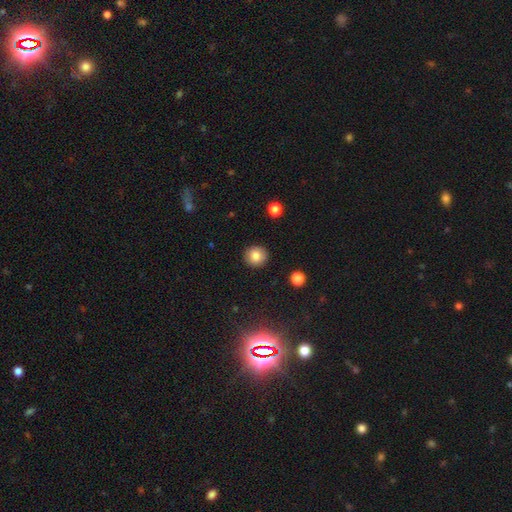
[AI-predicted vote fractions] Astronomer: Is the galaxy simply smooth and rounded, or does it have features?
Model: smooth — 83%.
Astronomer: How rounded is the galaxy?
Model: round — 91%.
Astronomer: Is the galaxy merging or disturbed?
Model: none — 91%.